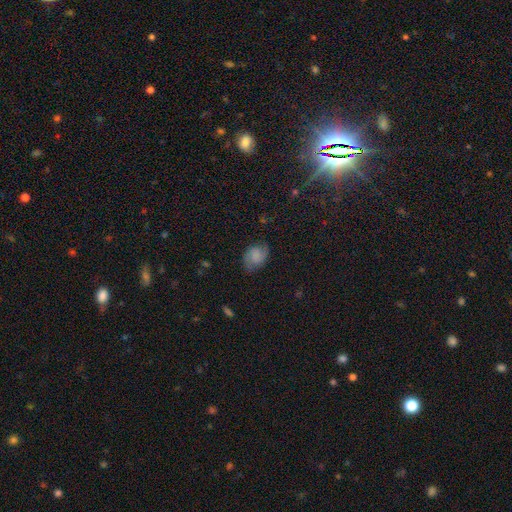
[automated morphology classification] The model was most divided on "smooth or featured": smooth: 52%, featured or disk: 38%, star or artifact: 10%. More confident: how rounded — in between (71%); merging — none (71%).